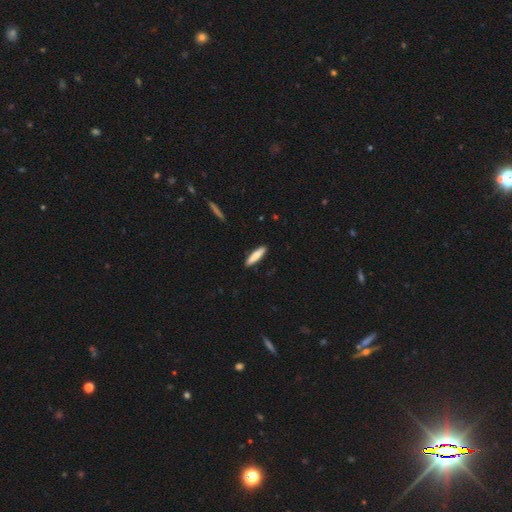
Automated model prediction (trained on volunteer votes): Smooth or featured? Predicted: smooth (p=0.80). How rounded? Predicted: cigar-shaped (p=0.77). Merging? Predicted: none (p=0.90).